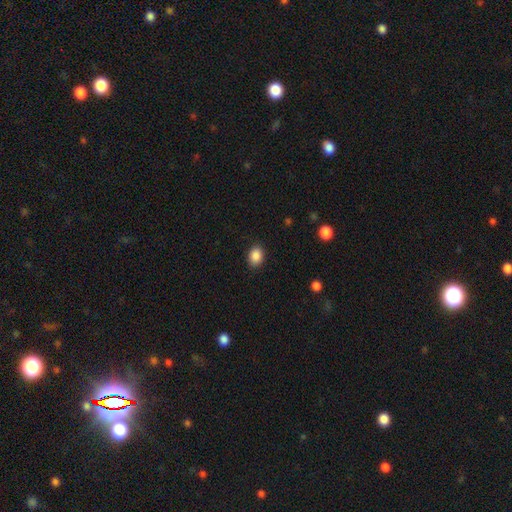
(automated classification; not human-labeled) A smooth galaxy with no disk features (88%) that is in between round and cigar-shaped (63%). Merging: none (89%).